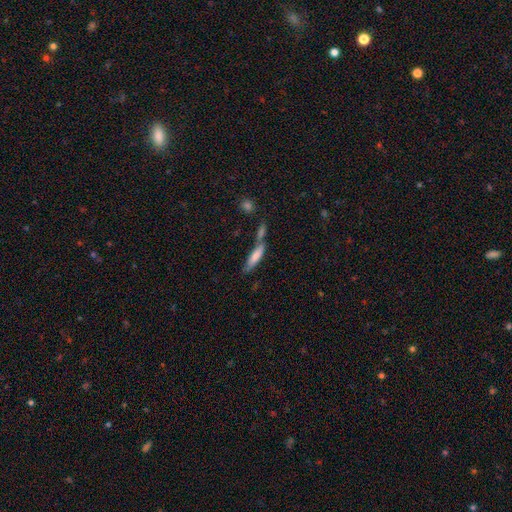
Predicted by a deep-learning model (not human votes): Smooth or featured? Predicted: smooth (p=0.73). How rounded? Predicted: cigar-shaped (p=0.72). Merging? Predicted: none (p=0.43).